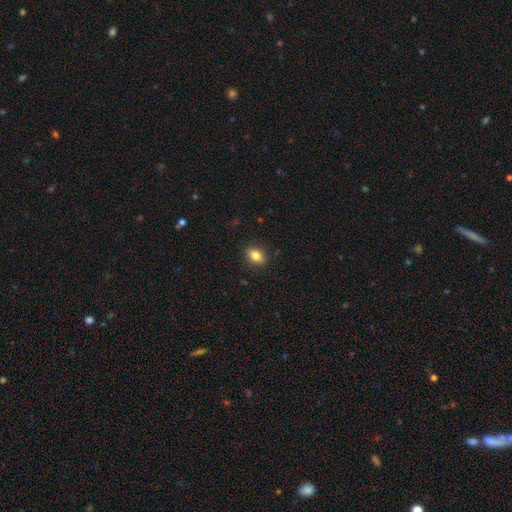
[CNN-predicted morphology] Smooth or featured? Predicted: smooth (p=0.83). How rounded? Predicted: in between (p=0.73). Merging? Predicted: none (p=0.88).